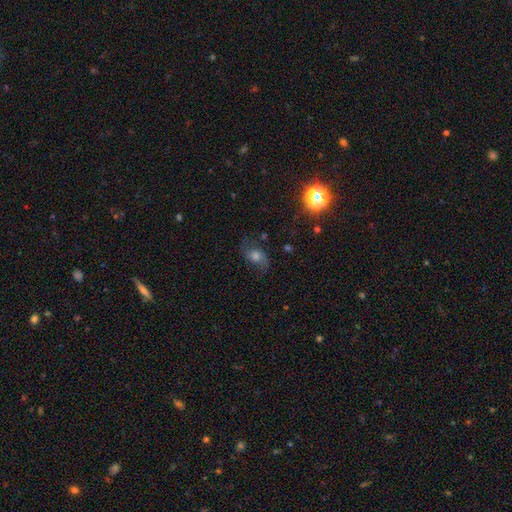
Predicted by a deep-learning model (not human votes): The model was most divided on "smooth or featured": featured or disk: 51%, smooth: 30%, star or artifact: 19%. More confident: edge-on disk — no (94%); merging — none (69%).